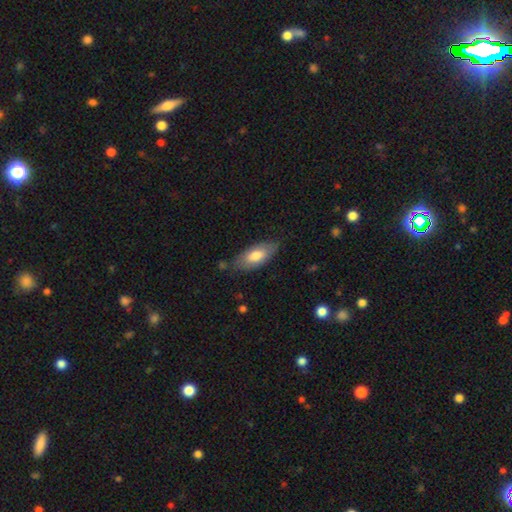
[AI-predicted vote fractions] Smooth or featured: smooth — 72% (featured or disk — 22%)
How rounded: in between — 85% (cigar-shaped — 13%)
Merging: none — 74% (minor disturbance — 20%)